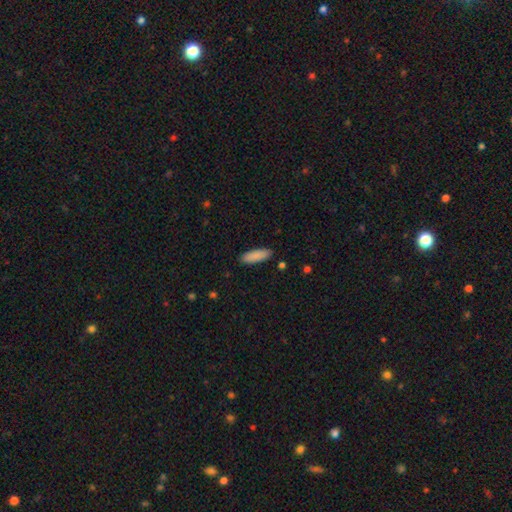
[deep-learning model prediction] A smooth galaxy with no disk features (89%) that is in between round and cigar-shaped (58%). Merging: none (89%).